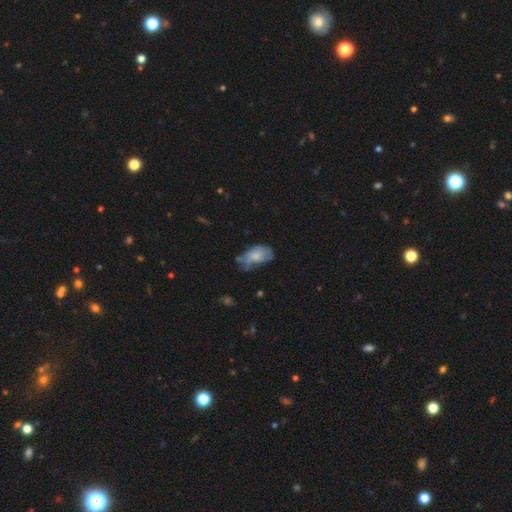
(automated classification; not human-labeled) Smooth or featured? Predicted: smooth (p=0.58). How rounded? Predicted: in between (p=0.90). Merging? Predicted: minor disturbance (p=0.38).